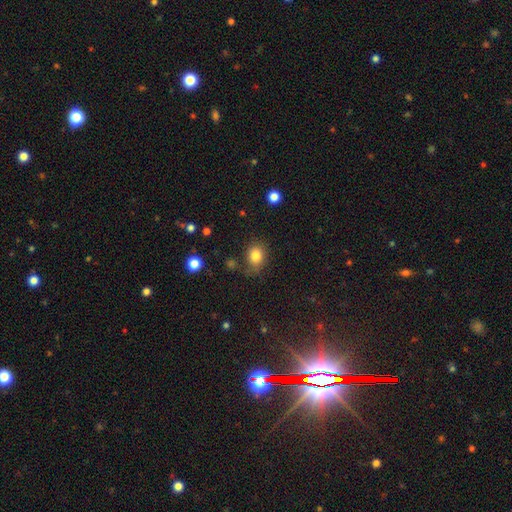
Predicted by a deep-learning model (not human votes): Morphology: type=smooth (82%); roundness=round (59%); merging=none (70%).